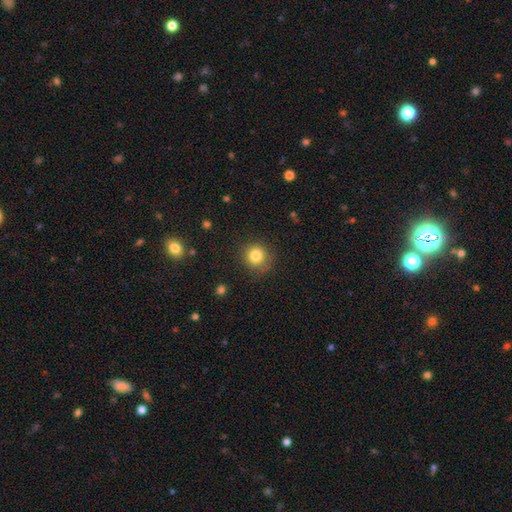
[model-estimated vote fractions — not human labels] Smooth or featured? Predicted: smooth (p=0.82). How rounded? Predicted: round (p=0.91). Merging? Predicted: none (p=0.82).